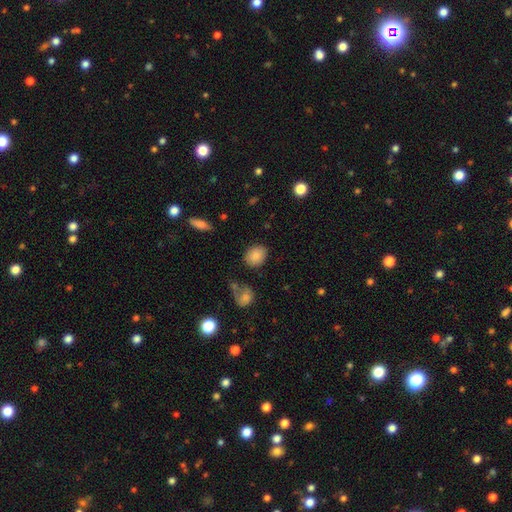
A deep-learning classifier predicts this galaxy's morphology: The model was most divided on "how rounded": round: 53%, in between: 46%, cigar-shaped: 1%. More confident: smooth or featured — smooth (86%); merging — none (81%).